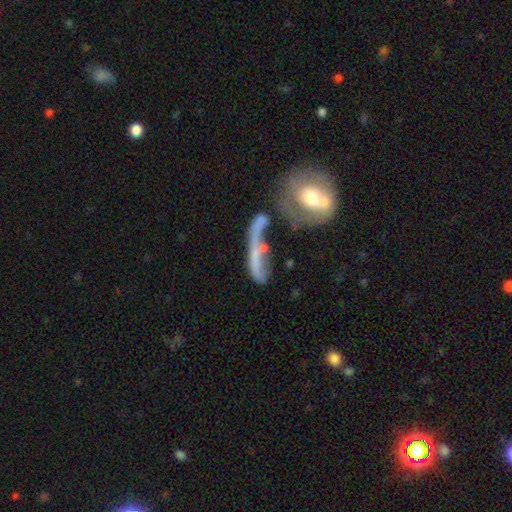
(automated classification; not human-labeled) Smooth or featured?
  - featured or disk: 46% *
  - smooth: 42%
  - star or artifact: 12%
Merging?
  - merger: 33% *
  - major disturbance: 28%
  - none: 24%
  - minor disturbance: 15%